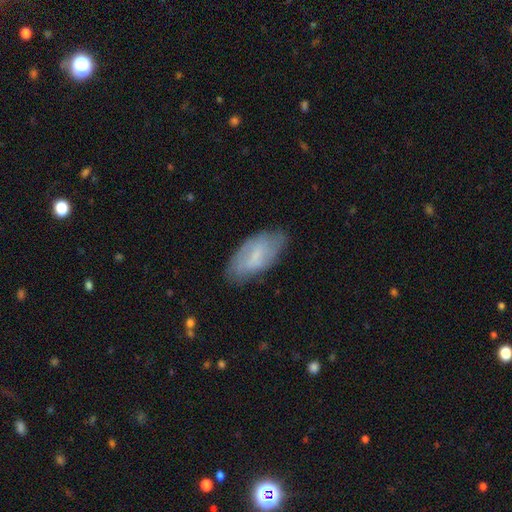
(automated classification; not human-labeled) A smooth galaxy with no disk features (56%) that is in between round and cigar-shaped (89%). Merging: none (73%).